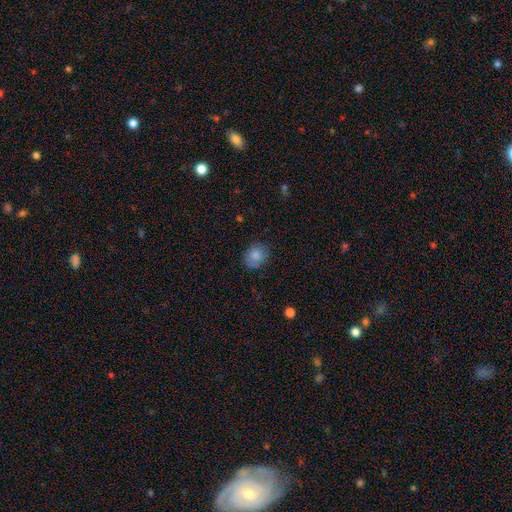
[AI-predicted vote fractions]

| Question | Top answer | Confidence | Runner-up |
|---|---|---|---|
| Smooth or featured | smooth | 80% | featured or disk (12%) |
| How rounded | round | 53% | in between (46%) |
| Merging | none | 79% | minor disturbance (16%) |